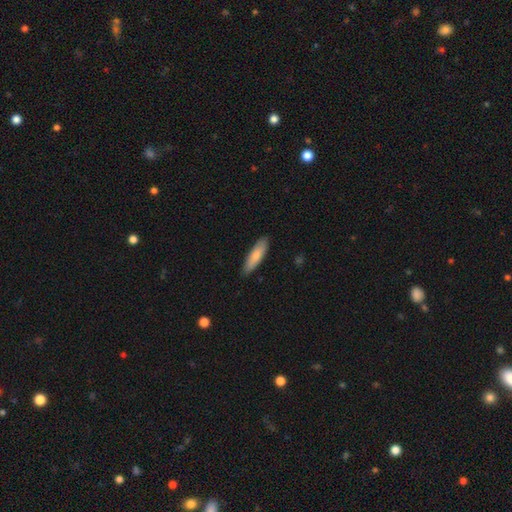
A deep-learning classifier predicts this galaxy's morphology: This appears to be a smooth galaxy with no disk features (77%) that is cigar-shaped (56%). Merging: none (86%).